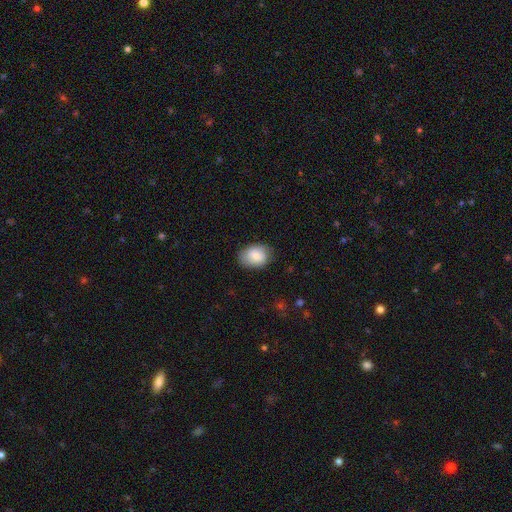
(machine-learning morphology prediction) Q: Smooth or featured?
A: smooth (79%); runner-up: featured or disk (14%)
Q: How rounded?
A: in between (72%); runner-up: round (27%)
Q: Merging?
A: none (78%); runner-up: minor disturbance (17%)